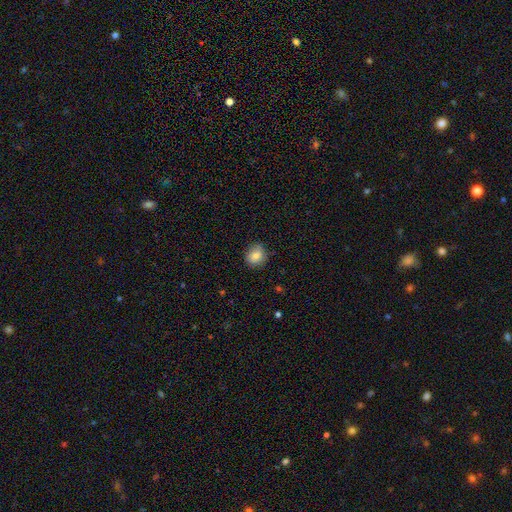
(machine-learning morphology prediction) Overall: smooth (82%). How rounded: round (73%). Merging: none (83%).